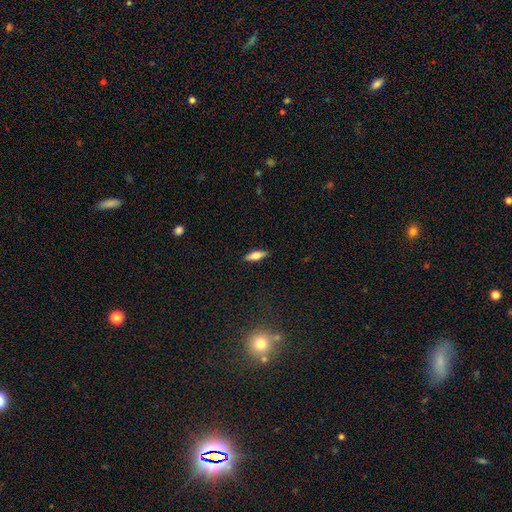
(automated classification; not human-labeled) Smooth or featured? smooth (69%)
How rounded? in between (64%)
Merging? none (87%)